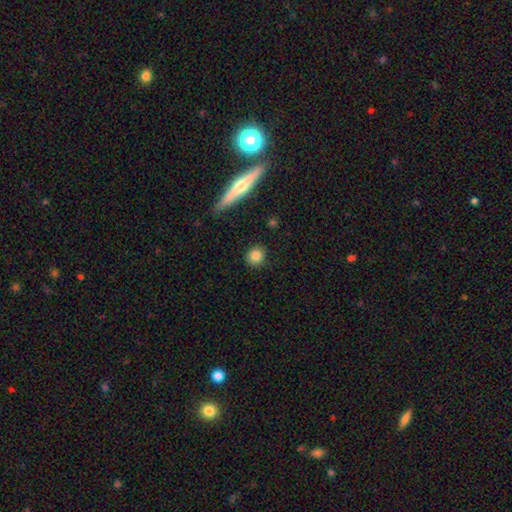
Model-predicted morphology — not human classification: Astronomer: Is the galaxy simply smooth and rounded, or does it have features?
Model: smooth — 84%.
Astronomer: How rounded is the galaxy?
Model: round — 89%.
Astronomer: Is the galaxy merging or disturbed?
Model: none — 89%.